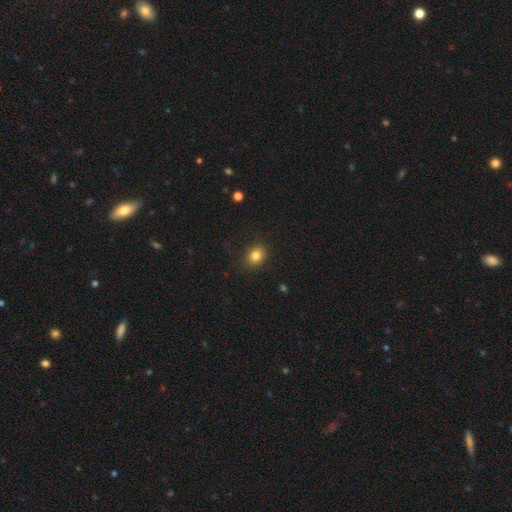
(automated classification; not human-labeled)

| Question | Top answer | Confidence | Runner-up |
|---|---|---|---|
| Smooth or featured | smooth | 82% | star or artifact (11%) |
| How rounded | in between | 50% | round (49%) |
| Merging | none | 86% | minor disturbance (10%) |